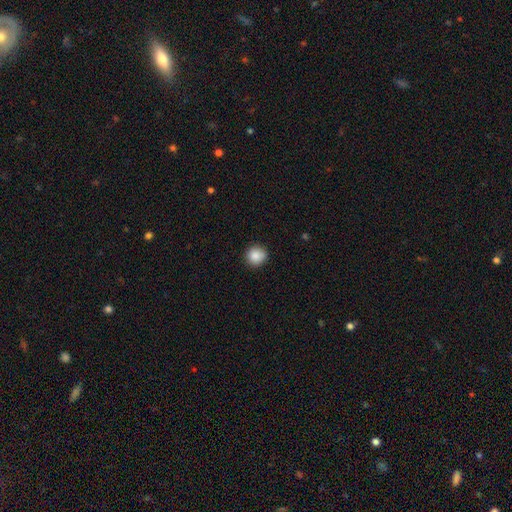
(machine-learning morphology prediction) A smooth galaxy with no disk features (87%) that is round (92%). Merging: none (88%).